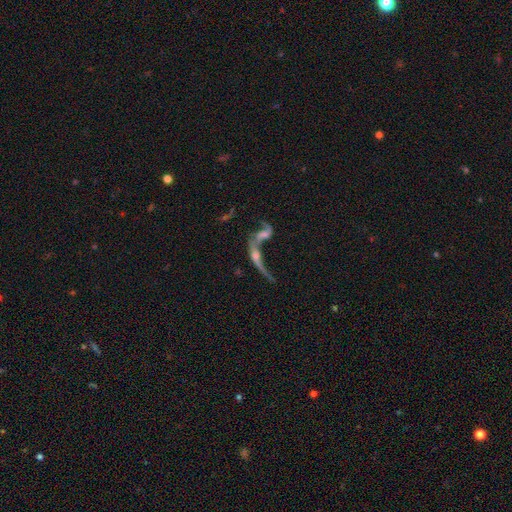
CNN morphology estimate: smooth_or_featured: featured or disk (p=0.66) [alt: smooth p=0.20]
disk_edge_on: no (p=0.71) [alt: yes p=0.29]
merging: merger (p=0.66) [alt: major disturbance p=0.14]